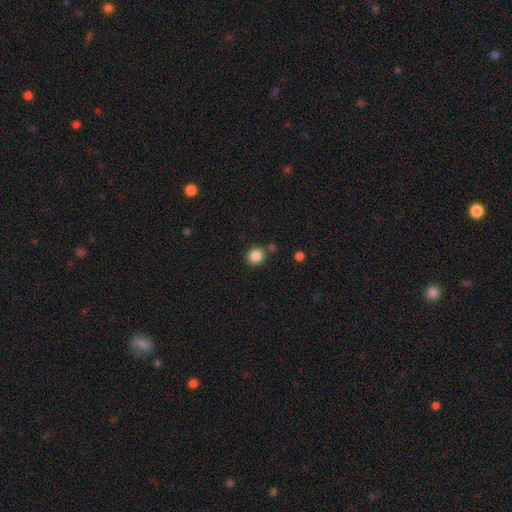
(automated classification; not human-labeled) Smooth or featured: smooth — 86% (star or artifact — 10%)
How rounded: round — 84% (in between — 15%)
Merging: none — 81% (minor disturbance — 10%)